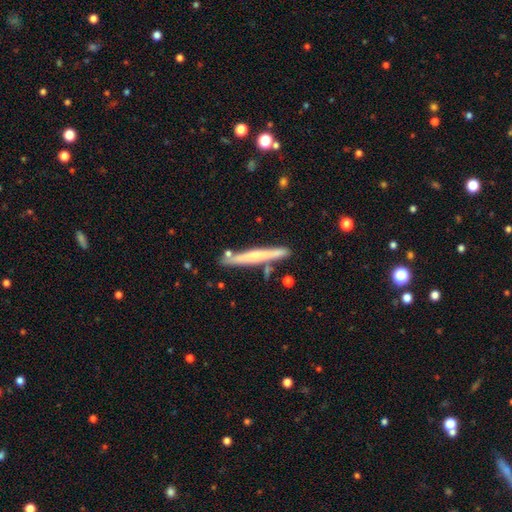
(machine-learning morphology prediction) The model was most divided on "smooth or featured": featured or disk: 48%, smooth: 46%, star or artifact: 6%. More confident: merging — none (81%).